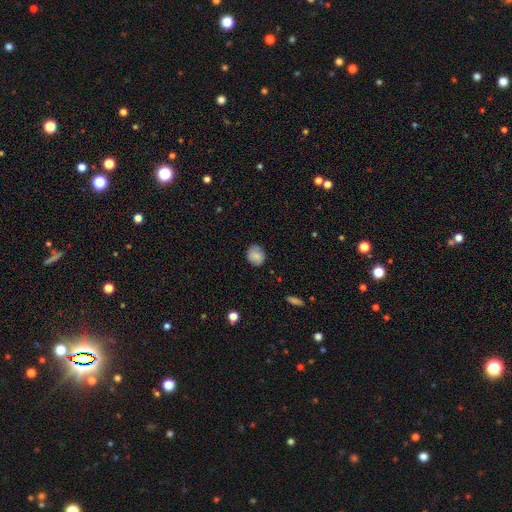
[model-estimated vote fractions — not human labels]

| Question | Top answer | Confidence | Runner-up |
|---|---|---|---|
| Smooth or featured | smooth | 82% | featured or disk (10%) |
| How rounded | round | 72% | in between (27%) |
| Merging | none | 80% | minor disturbance (16%) |